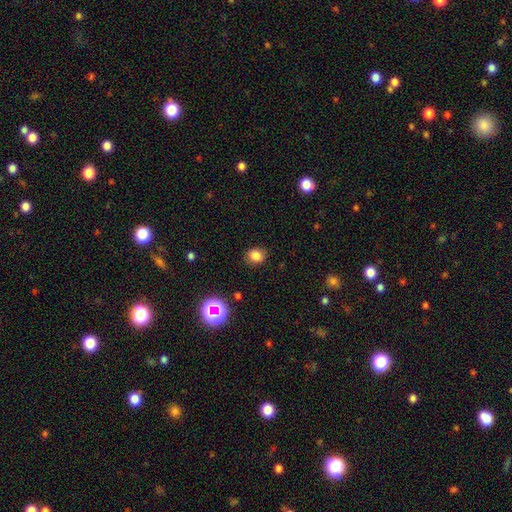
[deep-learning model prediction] smooth 81%, star or artifact 14%, featured or disk 5%. Down the decision tree: how rounded — round (62%); merging — none (84%).